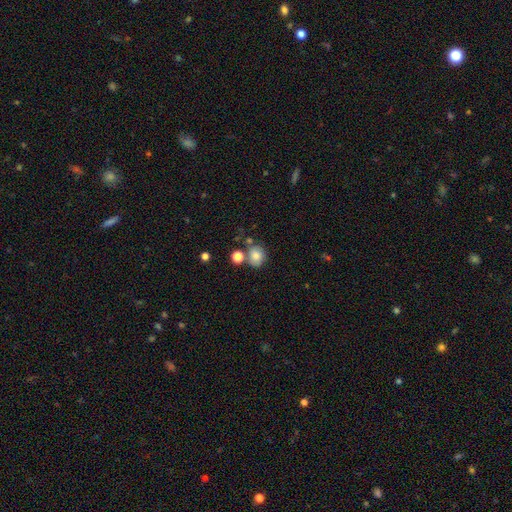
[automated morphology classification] Overall: smooth (79%). How rounded: round (76%). Merging: none (63%).